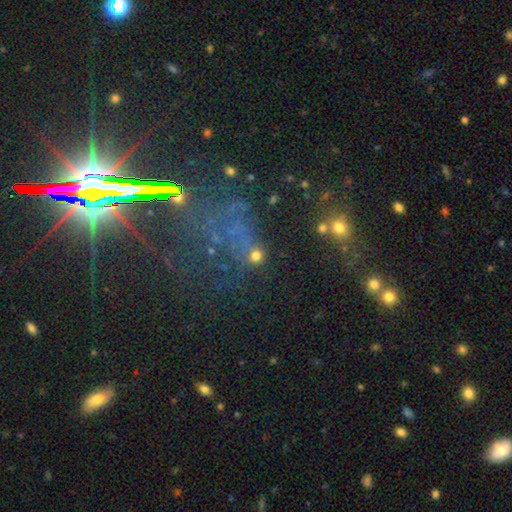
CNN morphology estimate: A smooth galaxy with no disk features (51%) that is round (85%). Merging: none (67%).